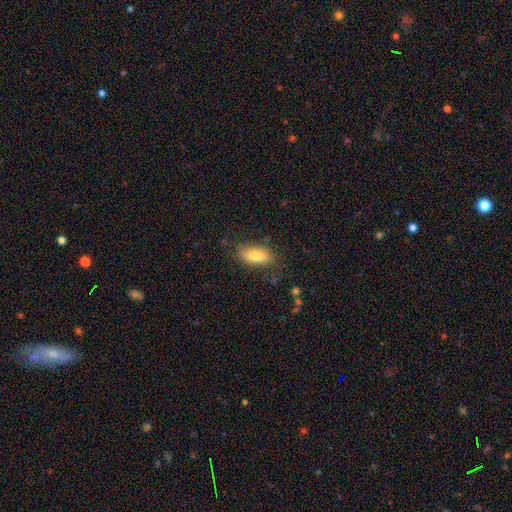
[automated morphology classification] Overall: smooth (80%). How rounded: in between (86%). Merging: none (78%).